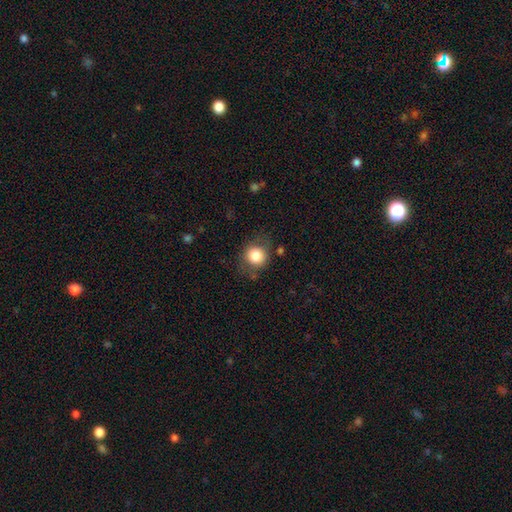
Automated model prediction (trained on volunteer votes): Smooth or featured? smooth (82%)
How rounded? round (83%)
Merging? none (75%)